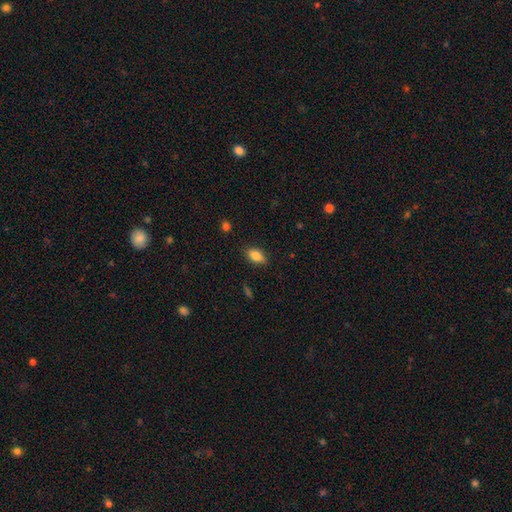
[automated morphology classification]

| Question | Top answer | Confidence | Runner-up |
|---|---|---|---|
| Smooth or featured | smooth | 83% | featured or disk (9%) |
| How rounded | in between | 87% | round (8%) |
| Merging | none | 82% | minor disturbance (14%) |